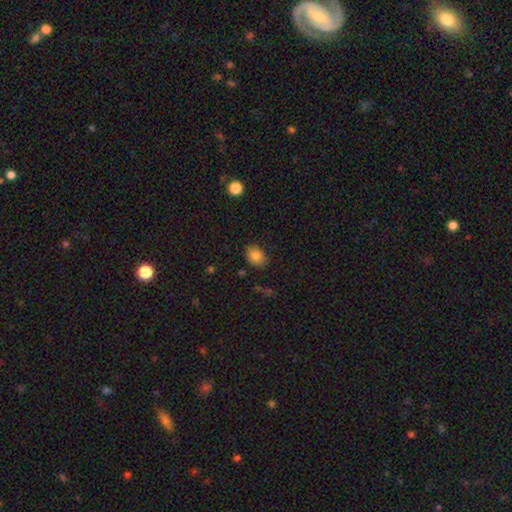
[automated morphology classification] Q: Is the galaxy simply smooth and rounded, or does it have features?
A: smooth — 83%.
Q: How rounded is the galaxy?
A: in between — 68%.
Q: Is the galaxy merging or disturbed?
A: none — 83%.